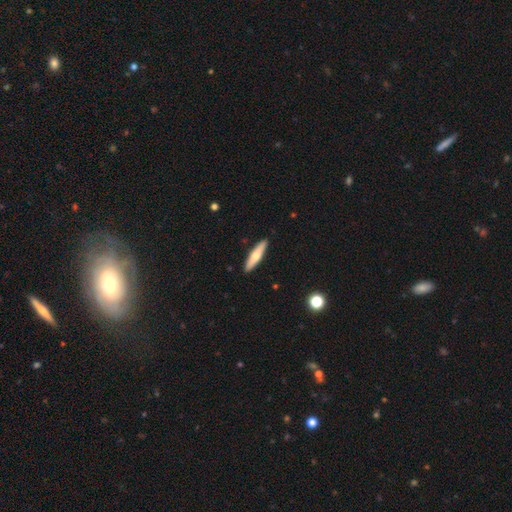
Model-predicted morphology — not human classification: Smooth or featured? smooth (56%)
How rounded? cigar-shaped (82%)
Merging? none (91%)